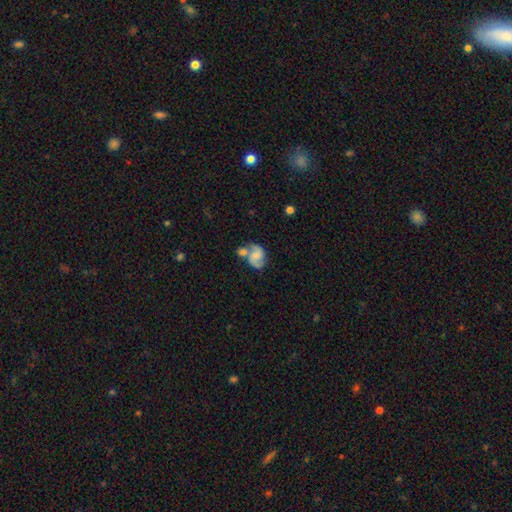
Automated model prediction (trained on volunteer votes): A featured or disk galaxy (71%) with no bar (55%), 2 (89%) medium (50%) spiral arms (92%) and a small central bulge (31%, tied with none).

Vote fractions:
- Smooth or featured? featured or disk: 71% / smooth: 22% / star or artifact: 7%
- Edge-on disk? no: 98% / yes: 2%
- Bar? no: 55% / weak: 36% / strong: 9%
- Spiral arms? yes: 92% / no: 8%
- Spiral winding? medium: 50% / loose: 32% / tight: 18%
- Spiral arm count? 2: 89% / can't tell: 4% / 1: 3% / 3: 2% / 4: 1% / more than 4: 1%
- Bulge size? small: 31% (tied) / none: 31% (tied) / moderate: 28% / large: 9% / dominant: 2%
- Merging? merger: 41% / none: 36% / minor disturbance: 15% / major disturbance: 8%